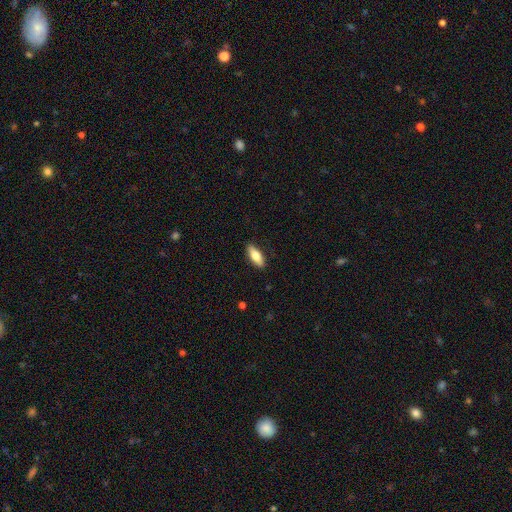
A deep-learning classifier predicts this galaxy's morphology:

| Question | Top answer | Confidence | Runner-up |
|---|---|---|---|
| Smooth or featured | smooth | 76% | featured or disk (18%) |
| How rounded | in between | 69% | cigar-shaped (29%) |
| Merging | none | 89% | minor disturbance (9%) |